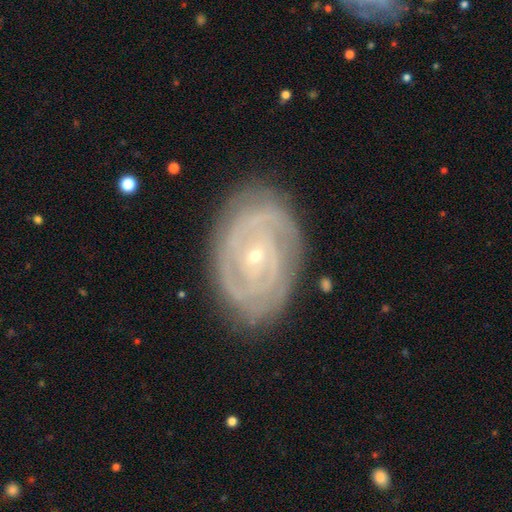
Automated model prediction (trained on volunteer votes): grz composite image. It shows a featured or disk galaxy (86%) with no bar (63%), 2 (38%) tight (78%) spiral arms (94%) and a small central bulge (80%). Merging: none (81%).